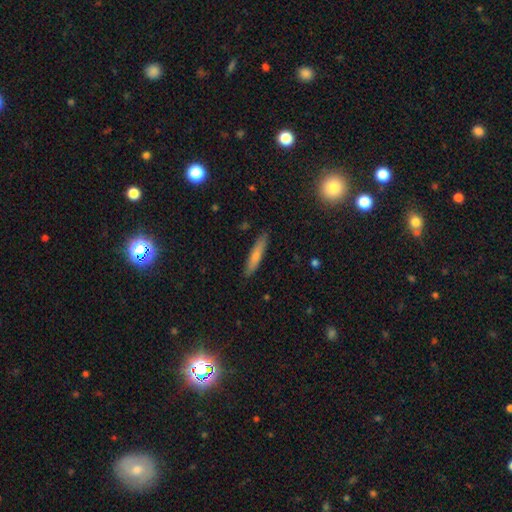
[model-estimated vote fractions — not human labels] Smooth or featured?
  - smooth: 73% *
  - featured or disk: 21%
  - star or artifact: 6%
How rounded?
  - cigar-shaped: 89% *
  - in between: 10%
  - round: 2%
Merging?
  - none: 87% *
  - minor disturbance: 10%
  - major disturbance: 2%
  - merger: 1%